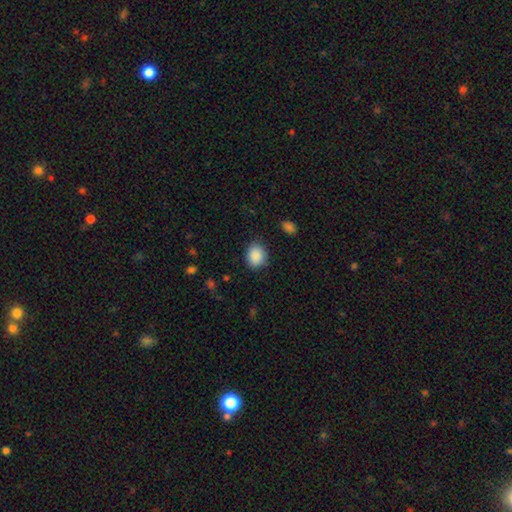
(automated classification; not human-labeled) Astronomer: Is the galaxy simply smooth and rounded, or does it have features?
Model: smooth — 89%.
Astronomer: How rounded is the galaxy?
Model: round — 55% (runner-up: in between, 44%).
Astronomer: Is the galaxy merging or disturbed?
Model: none — 83%.